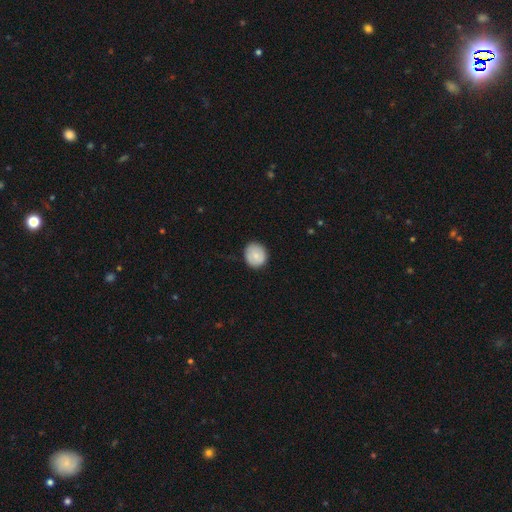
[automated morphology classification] type=smooth (80%); roundness=round (82%); merging=none (85%).